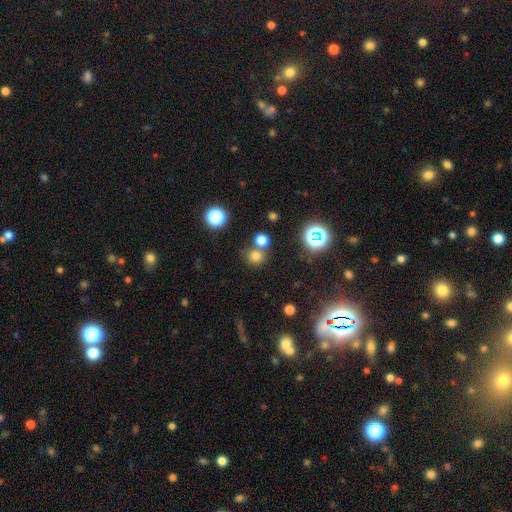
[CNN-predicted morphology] Overall: smooth (71%). How rounded: round (89%). Merging: none (66%).